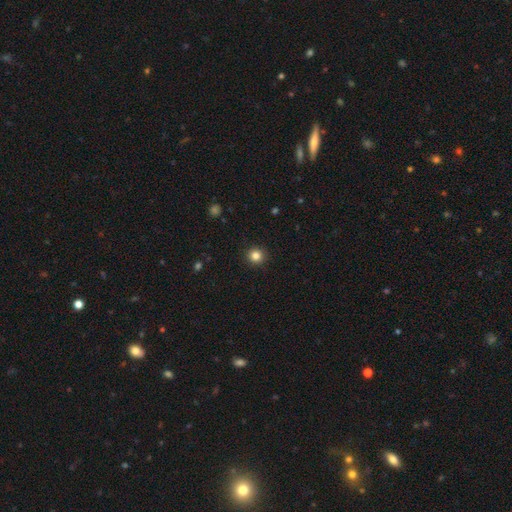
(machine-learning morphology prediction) This appears to be a smooth galaxy with no disk features (84%) that is round (94%). Merging: none (93%).